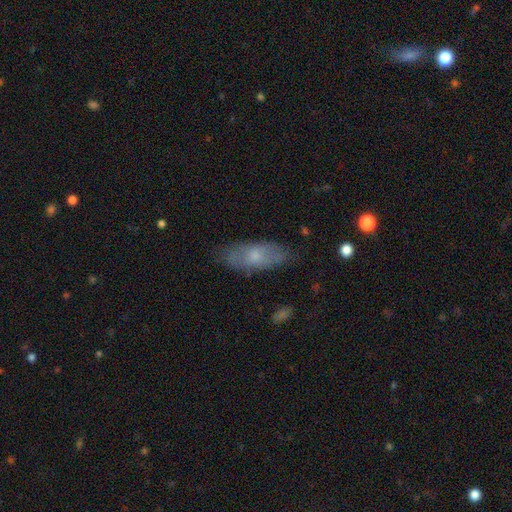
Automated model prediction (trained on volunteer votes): Morphology: type=smooth (63%); roundness=in between (78%); merging=none (76%).